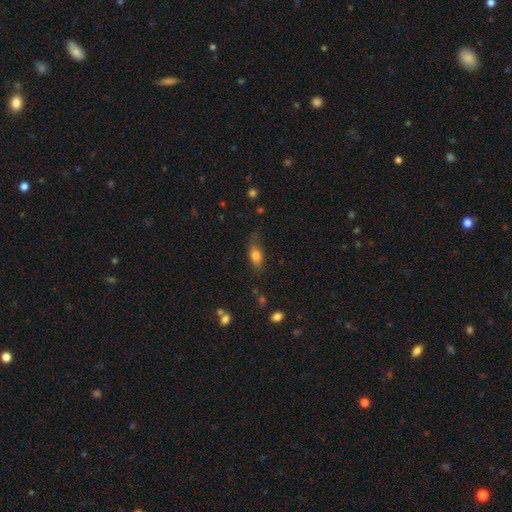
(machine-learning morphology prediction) A smooth galaxy with no disk features (78%) that is in between round and cigar-shaped (80%).

Vote fractions:
- Smooth or featured? smooth: 78% / featured or disk: 13% / star or artifact: 9%
- How rounded? in between: 80% / cigar-shaped: 11% / round: 9%
- Merging? none: 66% / minor disturbance: 24% / major disturbance: 9% / merger: 2%